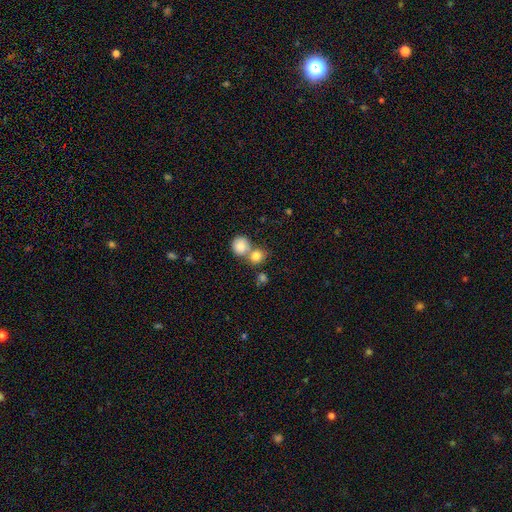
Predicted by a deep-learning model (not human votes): Smooth or featured: smooth — 82% (star or artifact — 9%)
How rounded: round — 77% (in between — 22%)
Merging: merger — 51% (none — 40%)